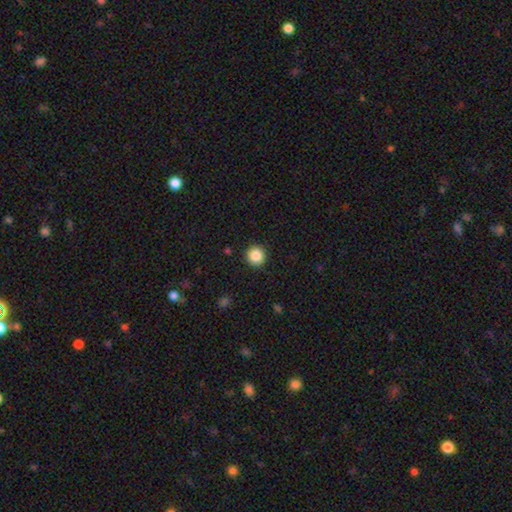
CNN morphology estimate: This is clearly a smooth galaxy (86%). How rounded: clearly round (95%). Merging: clearly none (92%).